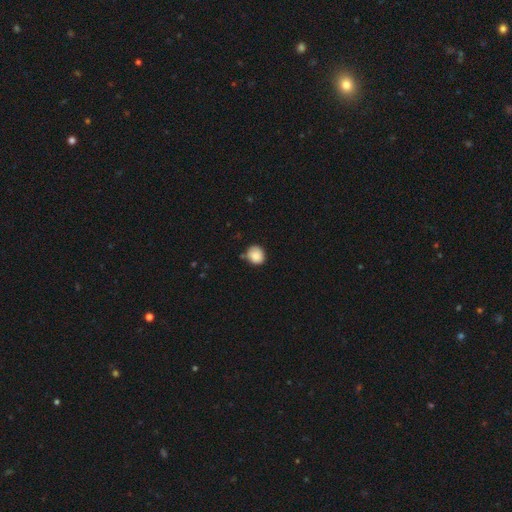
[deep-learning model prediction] smooth_or_featured: smooth (p=0.87) [alt: star or artifact p=0.08]
how_rounded: round (p=0.79) [alt: in between p=0.20]
merging: none (p=0.69) [alt: minor disturbance p=0.22]